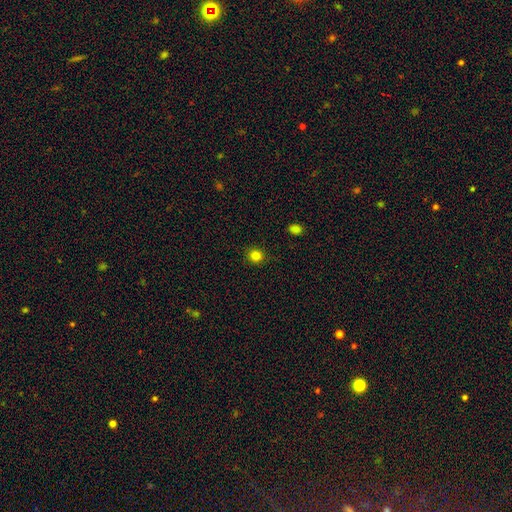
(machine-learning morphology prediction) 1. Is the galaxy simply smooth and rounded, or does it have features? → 83% smooth, 13% star or artifact, 4% featured or disk.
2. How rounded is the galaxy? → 88% round, 11% in between, 1% cigar-shaped.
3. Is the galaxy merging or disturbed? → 90% none, 7% minor disturbance, 2% major disturbance, 1% merger.